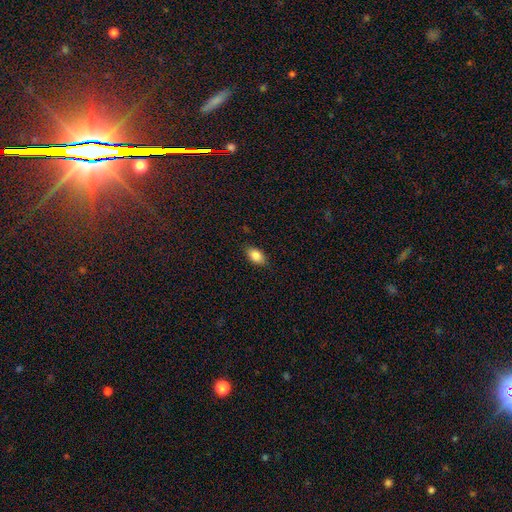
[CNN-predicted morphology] Smooth or featured?
  - smooth: 86% *
  - star or artifact: 8%
  - featured or disk: 7%
How rounded?
  - in between: 90% *
  - round: 8%
  - cigar-shaped: 3%
Merging?
  - none: 85% *
  - minor disturbance: 12%
  - major disturbance: 2%
  - merger: 1%